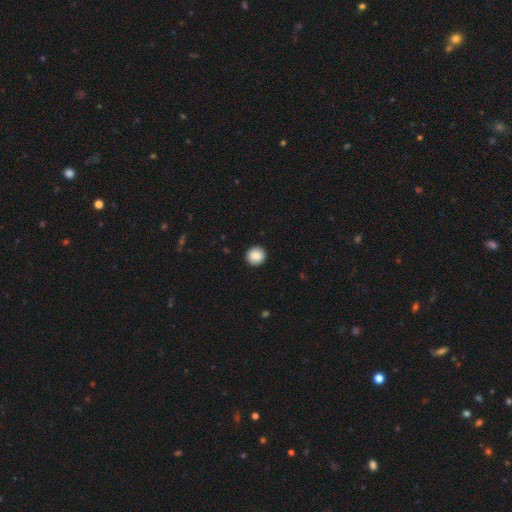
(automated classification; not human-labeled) Smooth or featured? smooth (87%)
How rounded? round (92%)
Merging? none (93%)